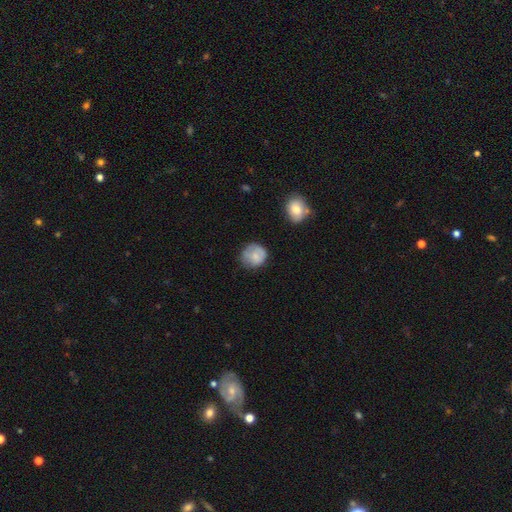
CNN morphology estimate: smooth-or-featured: smooth: 73% | featured or disk: 20% | star or artifact: 7%
  how-rounded: round: 84% | in between: 15% | cigar-shaped: 1%
  merging: none: 61% | minor disturbance: 27% | major disturbance: 9% | merger: 2%